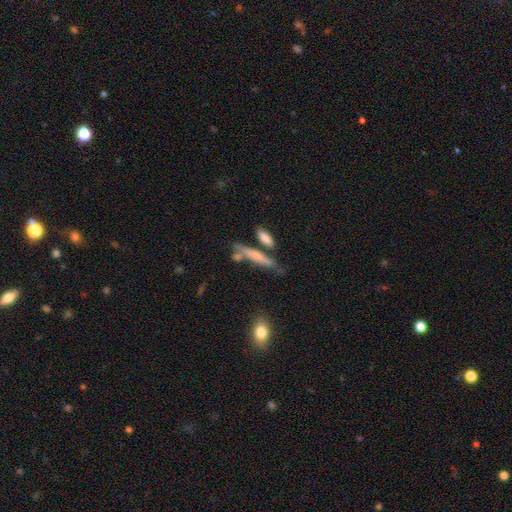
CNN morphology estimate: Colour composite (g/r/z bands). It shows a smooth galaxy with no disk features (63%) that is cigar-shaped (84%). Merging: none (63%).